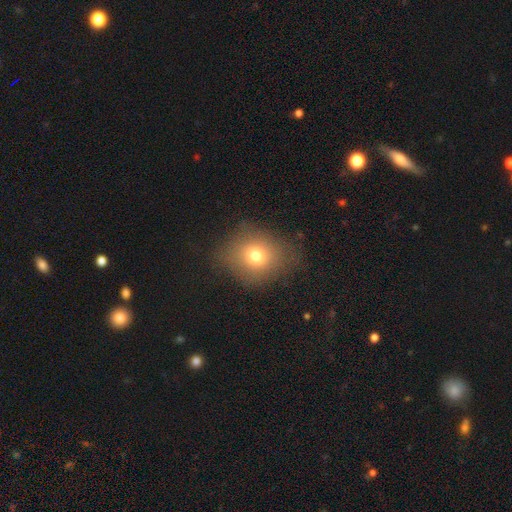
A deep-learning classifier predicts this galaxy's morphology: Smooth or featured? Predicted: smooth (p=0.72). How rounded? Predicted: round (p=0.74). Merging? Predicted: none (p=0.78).